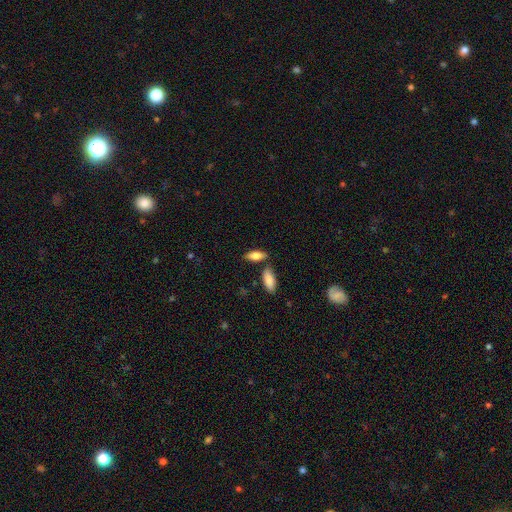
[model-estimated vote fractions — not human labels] Smooth or featured? smooth (75%)
How rounded? in between (75%)
Merging? none (70%)